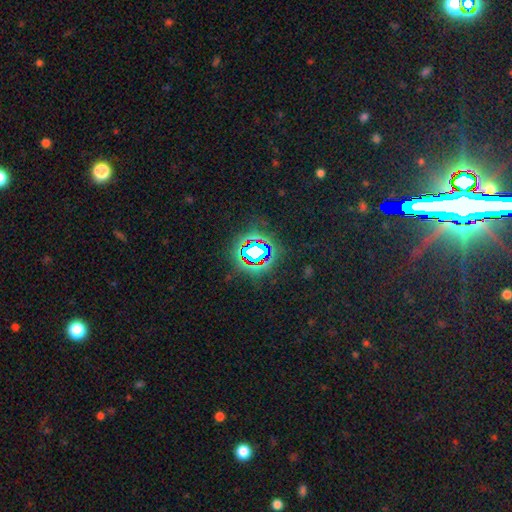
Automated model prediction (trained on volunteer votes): smooth-or-featured: star or artifact: 74% | smooth: 15% | featured or disk: 11%